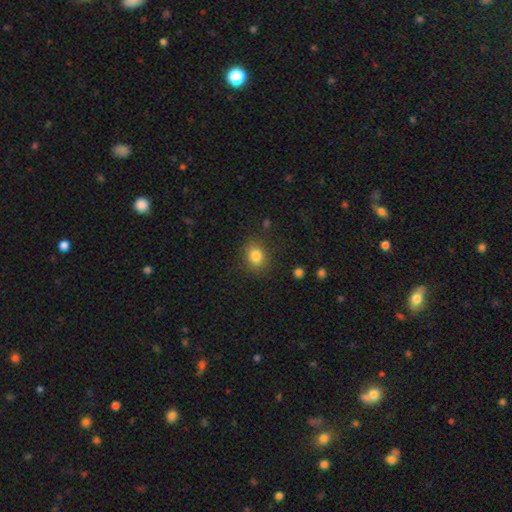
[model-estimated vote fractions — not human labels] This is clearly a smooth galaxy (83%). How rounded: possibly round (58%). Merging: clearly none (82%).